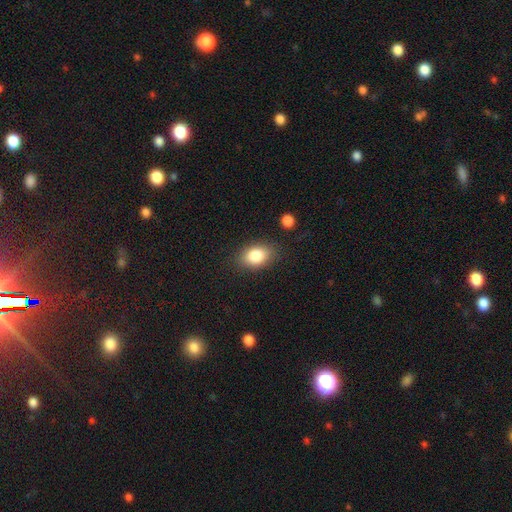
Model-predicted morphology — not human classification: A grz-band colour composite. It shows a smooth galaxy with no disk features (84%) that is in between round and cigar-shaped (81%). Merging: none (82%).